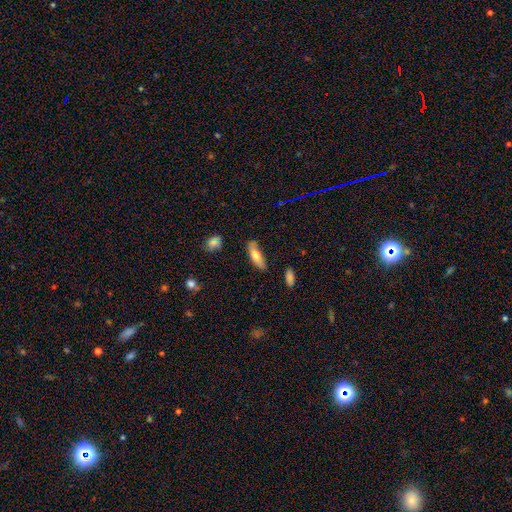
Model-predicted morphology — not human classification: smooth_or_featured: smooth (p=0.69) [alt: featured or disk p=0.23]
how_rounded: in between (p=0.51) [alt: cigar-shaped p=0.46]
merging: none (p=0.76) [alt: minor disturbance p=0.18]